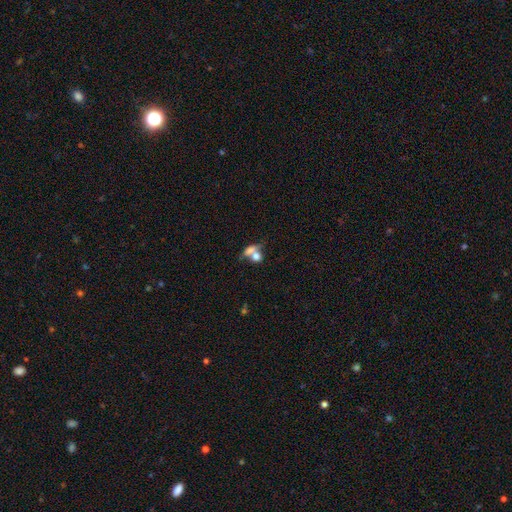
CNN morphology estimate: type=smooth (66%); roundness=round (45%); merging=merger (54%).